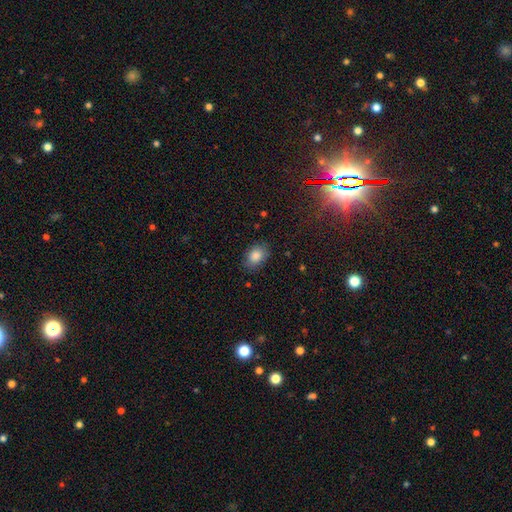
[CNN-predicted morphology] A smooth galaxy with no disk features (85%) that is in between round and cigar-shaped (77%). Merging: none (82%).